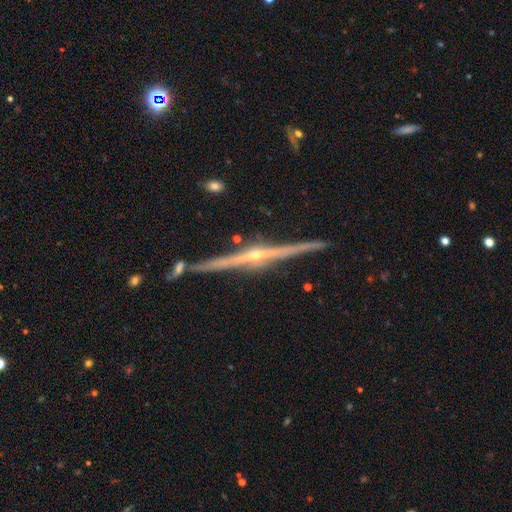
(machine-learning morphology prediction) Smooth or featured? featured or disk (91%)
Edge-on disk? yes (99%)
Edge-on bulge? rounded (88%)
Merging? none (89%)